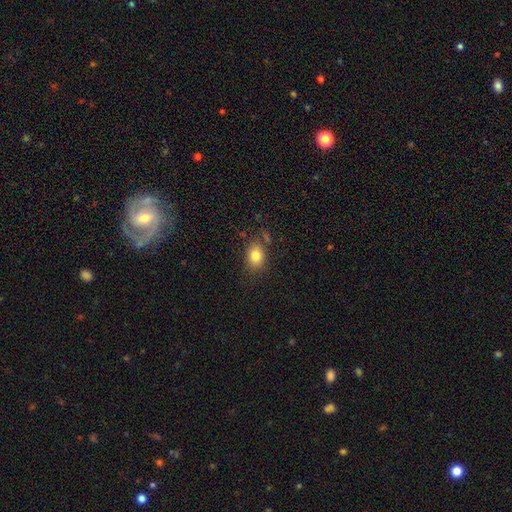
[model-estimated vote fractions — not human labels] smooth_or_featured: smooth (p=0.82) [alt: star or artifact p=0.10]
how_rounded: in between (p=0.60) [alt: round p=0.39]
merging: none (p=0.74) [alt: minor disturbance p=0.15]